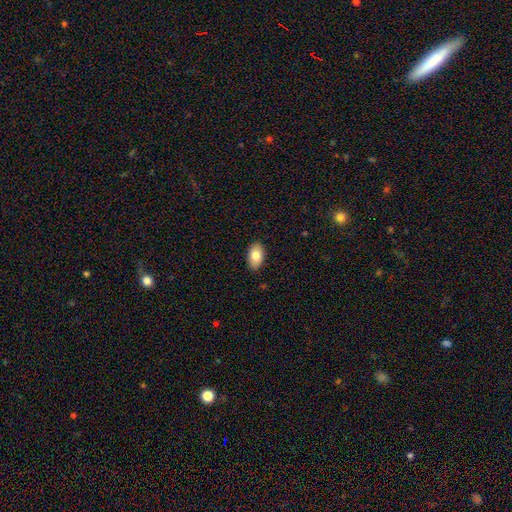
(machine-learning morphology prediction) type=smooth (80%); roundness=in between (92%); merging=none (89%).